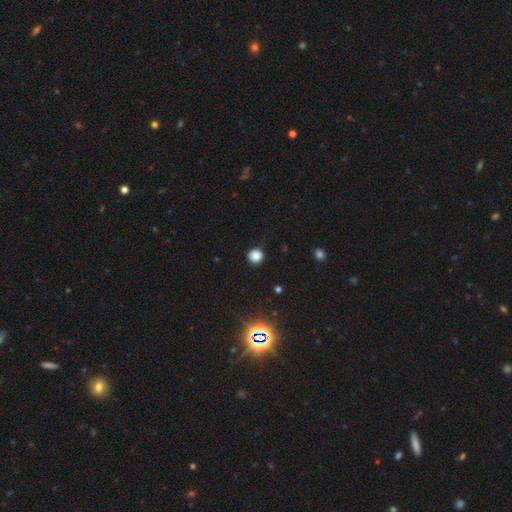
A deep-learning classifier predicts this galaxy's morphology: Overall: smooth (83%). How rounded: round (94%). Merging: none (89%).